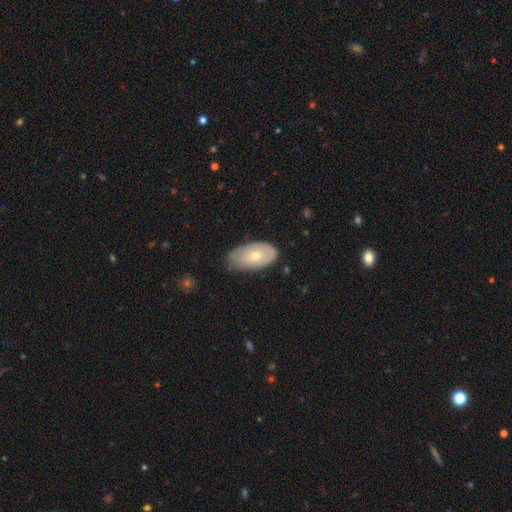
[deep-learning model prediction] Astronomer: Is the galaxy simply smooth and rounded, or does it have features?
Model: smooth — 63%.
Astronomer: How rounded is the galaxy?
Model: in between — 93%.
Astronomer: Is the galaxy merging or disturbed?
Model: none — 56% (runner-up: minor disturbance, 35%).